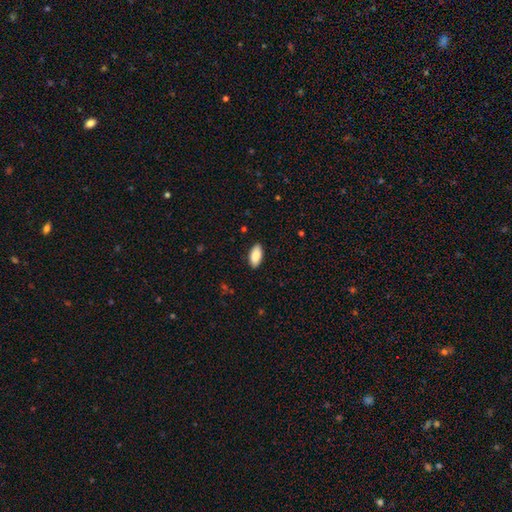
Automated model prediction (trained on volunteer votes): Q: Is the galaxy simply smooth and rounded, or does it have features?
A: smooth — 88%.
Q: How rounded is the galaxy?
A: in between — 92%.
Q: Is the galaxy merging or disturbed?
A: none — 89%.